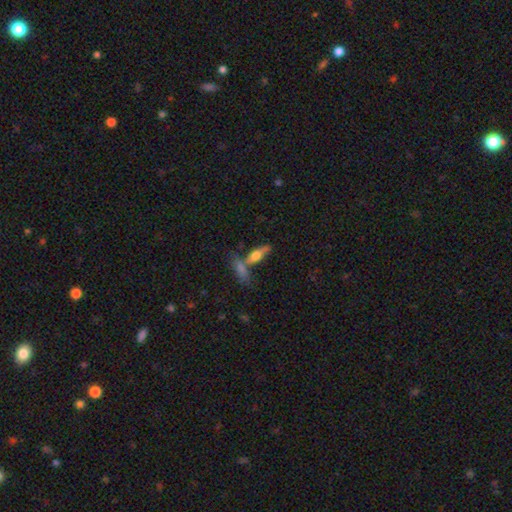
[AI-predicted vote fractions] Smooth or featured? Predicted: smooth (p=0.47). Merging? Predicted: none (p=0.50).